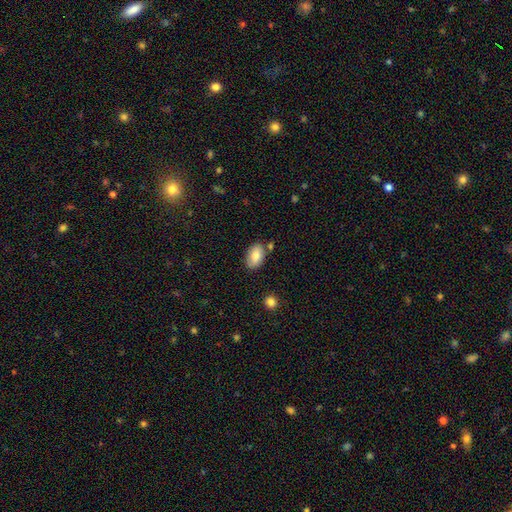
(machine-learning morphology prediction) This is clearly a smooth galaxy (81%). How rounded: clearly in between (91%). Merging: likely none (75%).